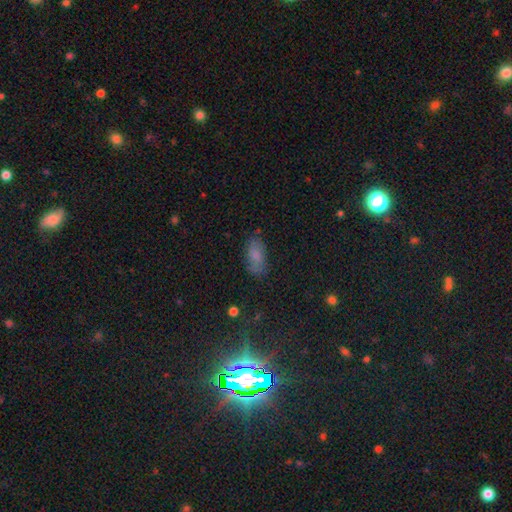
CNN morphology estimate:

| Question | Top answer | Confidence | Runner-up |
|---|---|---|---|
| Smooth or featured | smooth | 72% | featured or disk (17%) |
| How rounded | in between | 90% | cigar-shaped (6%) |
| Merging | none | 76% | minor disturbance (17%) |